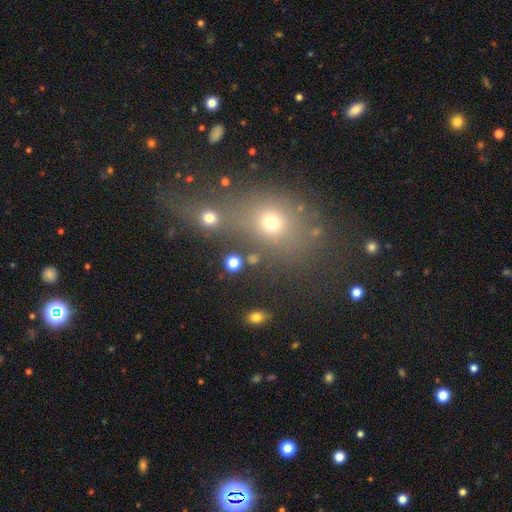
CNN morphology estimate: Smooth or featured? smooth (54%)
How rounded? round (54%)
Merging? none (48%)